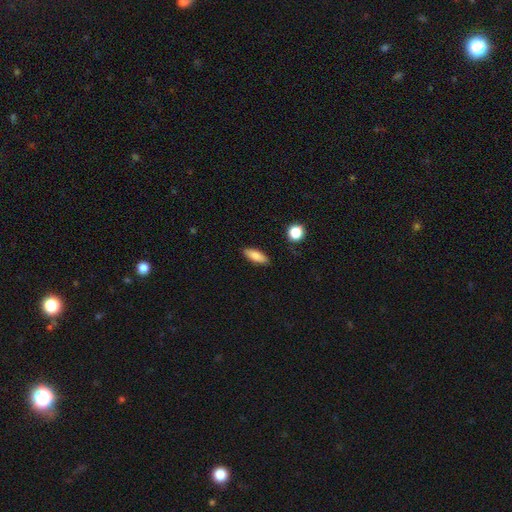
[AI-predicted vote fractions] Smooth or featured: smooth — 83% (featured or disk — 9%)
How rounded: in between — 67% (cigar-shaped — 31%)
Merging: none — 88% (minor disturbance — 9%)